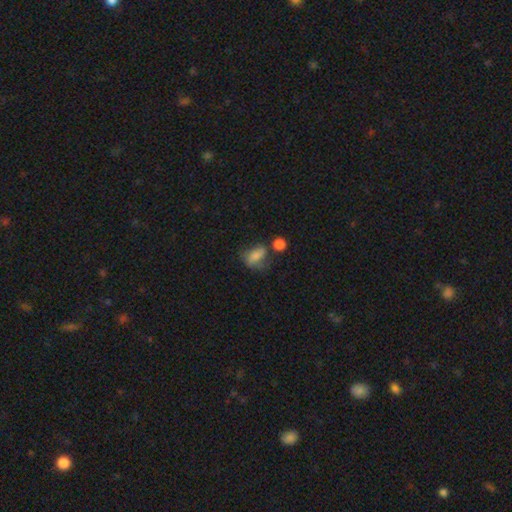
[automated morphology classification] smooth-or-featured: smooth: 65% | featured or disk: 24% | star or artifact: 11%
  how-rounded: in between: 77% | round: 17% | cigar-shaped: 6%
  merging: none: 40% | minor disturbance: 27% | major disturbance: 18% | merger: 14%